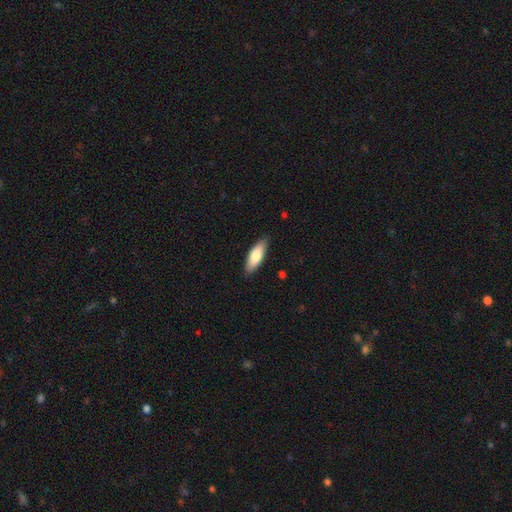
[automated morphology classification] smooth_or_featured: smooth (p=0.76) [alt: featured or disk p=0.19]
how_rounded: in between (p=0.61) [alt: cigar-shaped p=0.38]
merging: none (p=0.86) [alt: minor disturbance p=0.11]